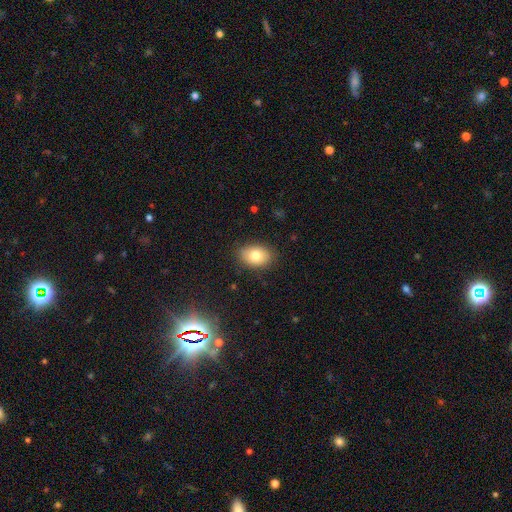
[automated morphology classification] This appears to be a smooth galaxy with no disk features (78%) that is in between round and cigar-shaped (77%). Merging: none (86%).